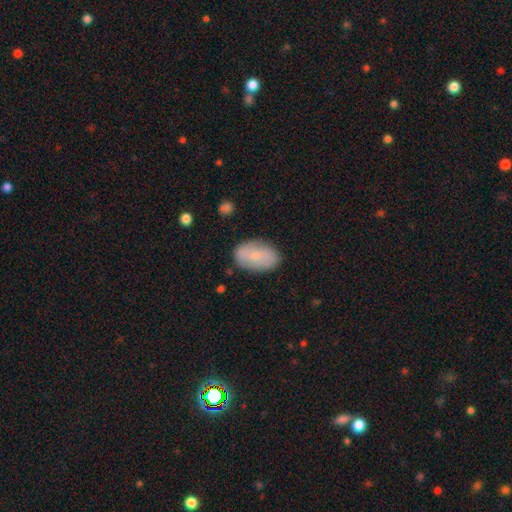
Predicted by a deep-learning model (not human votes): Q: Smooth or featured?
A: smooth (65%); runner-up: featured or disk (27%)
Q: How rounded?
A: in between (90%); runner-up: round (8%)
Q: Merging?
A: none (81%); runner-up: minor disturbance (14%)